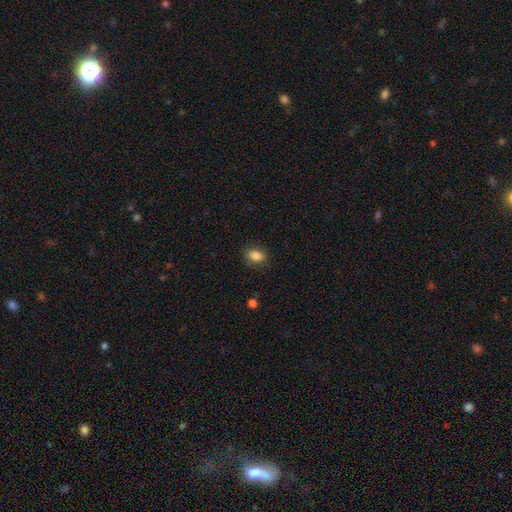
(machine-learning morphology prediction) Overall: smooth (85%). How rounded: in between (79%). Merging: none (85%).